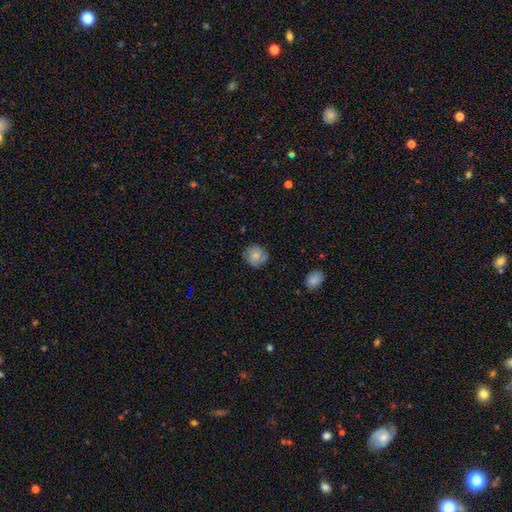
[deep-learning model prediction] A smooth galaxy with no disk features (76%) that is round (87%).

Vote fractions:
- Smooth or featured? smooth: 76% / featured or disk: 16% / star or artifact: 8%
- How rounded? round: 87% / in between: 12% / cigar-shaped: 1%
- Merging? none: 77% / minor disturbance: 18% / major disturbance: 4% / merger: 2%